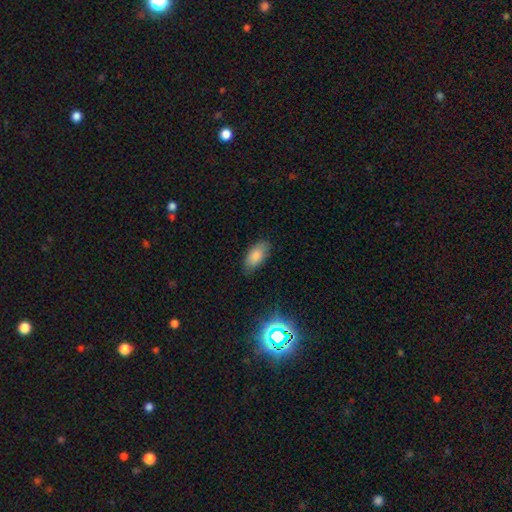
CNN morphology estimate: The model was most divided on "merging": none: 80%, minor disturbance: 15%, major disturbance: 3%, merger: 1%. More confident: how rounded — in between (91%); smooth or featured — smooth (82%).